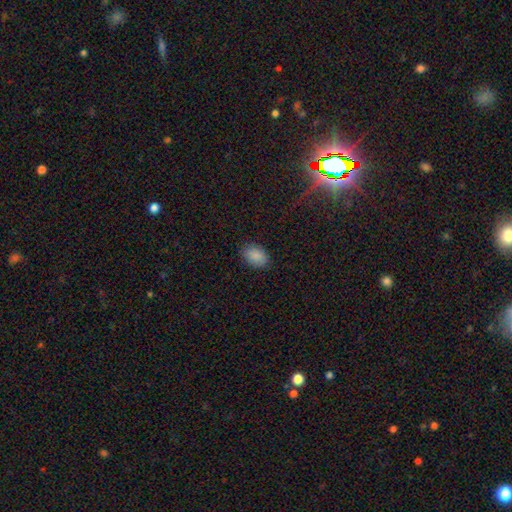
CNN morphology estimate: Smooth or featured? smooth (88%)
How rounded? in between (84%)
Merging? none (86%)